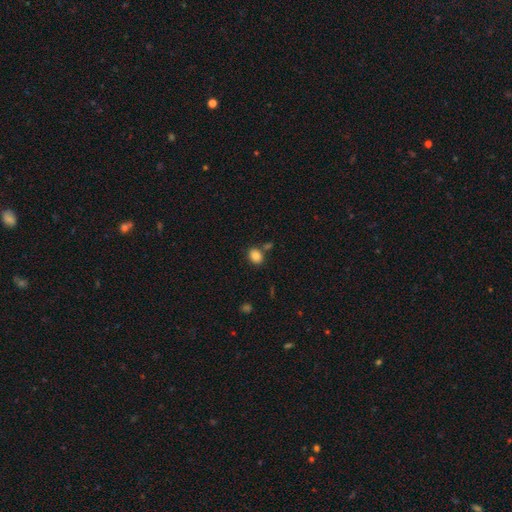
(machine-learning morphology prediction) Smooth or featured? smooth (84%)
How rounded? in between (58%)
Merging? none (74%)